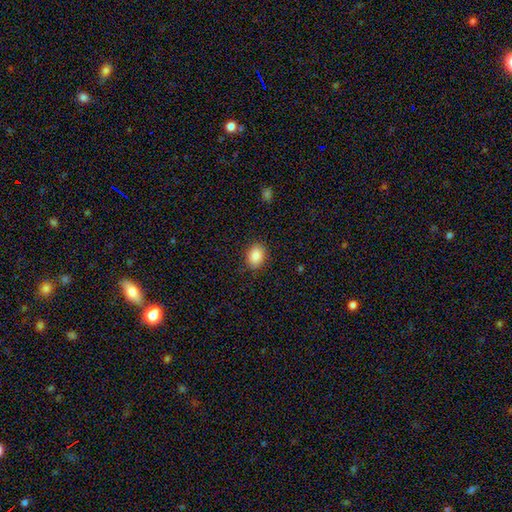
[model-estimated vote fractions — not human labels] A smooth galaxy with no disk features (87%) that is in between round and cigar-shaped (64%). Merging: none (87%).